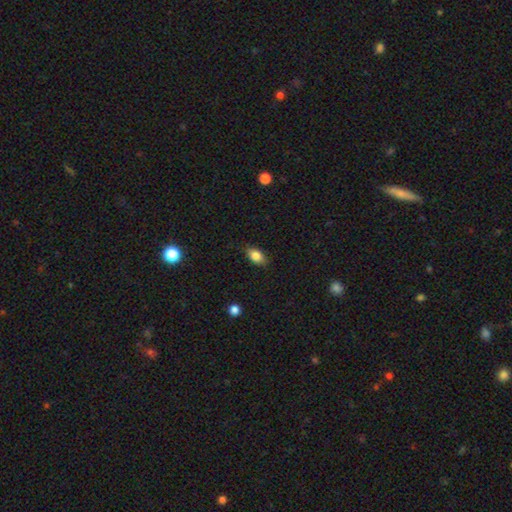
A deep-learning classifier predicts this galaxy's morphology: A smooth galaxy with no disk features (84%) that is in between round and cigar-shaped (88%). Merging: none (84%).